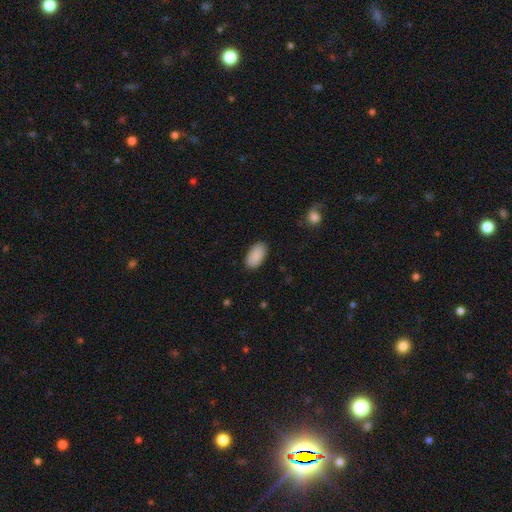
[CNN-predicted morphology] type=smooth (90%); roundness=in between (95%); merging=none (87%).